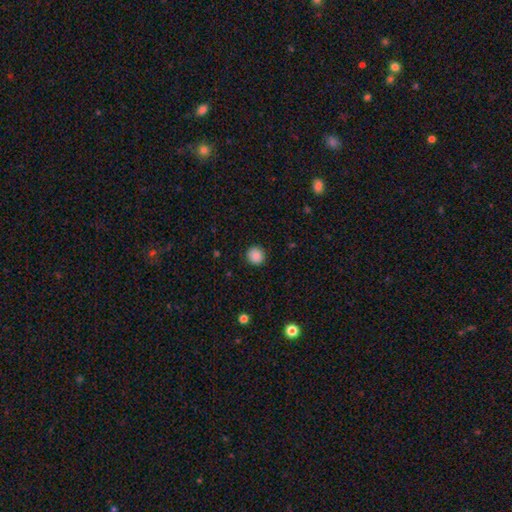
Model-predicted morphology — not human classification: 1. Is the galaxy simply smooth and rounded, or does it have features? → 87% smooth, 9% star or artifact, 3% featured or disk.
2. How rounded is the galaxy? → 91% round, 8% in between, 1% cigar-shaped.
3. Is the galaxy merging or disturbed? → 90% none, 7% minor disturbance, 2% major disturbance, 1% merger.